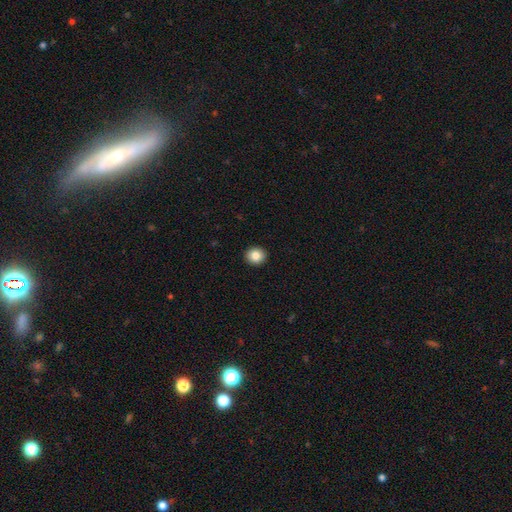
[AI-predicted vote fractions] This appears to be a smooth galaxy with no disk features (85%) that is round (86%). Merging: none (93%).